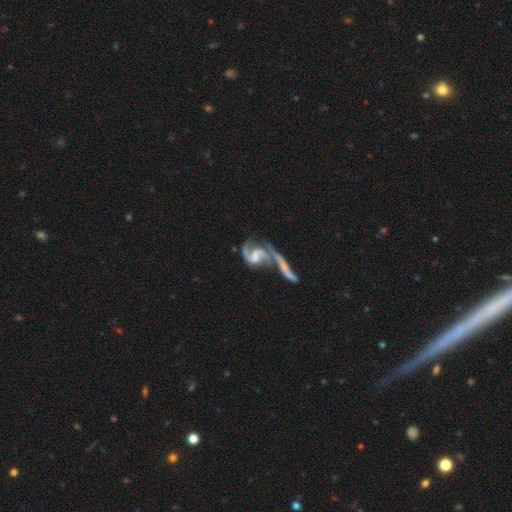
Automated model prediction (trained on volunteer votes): Smooth or featured? featured or disk (85%)
Edge-on disk? no (96%)
Bar? weak (41%)
Spiral arms? yes (94%)
Spiral winding? medium (43%)
Spiral arm count? 2 (83%)
Bulge size? none (36%)
Merging? merger (47%)